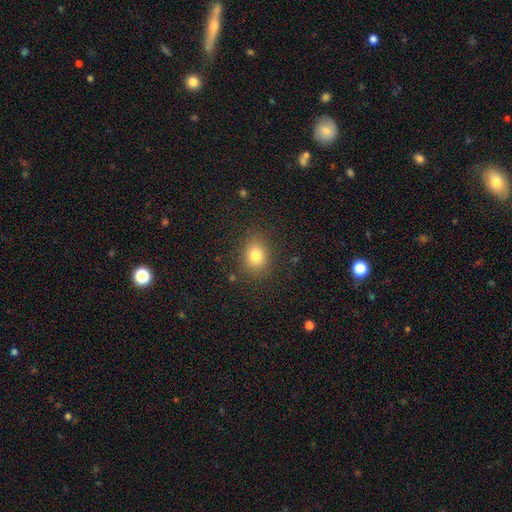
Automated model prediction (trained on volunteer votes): Q: Smooth or featured?
A: smooth (80%); runner-up: star or artifact (12%)
Q: How rounded?
A: round (50%); runner-up: in between (49%)
Q: Merging?
A: none (86%); runner-up: minor disturbance (10%)